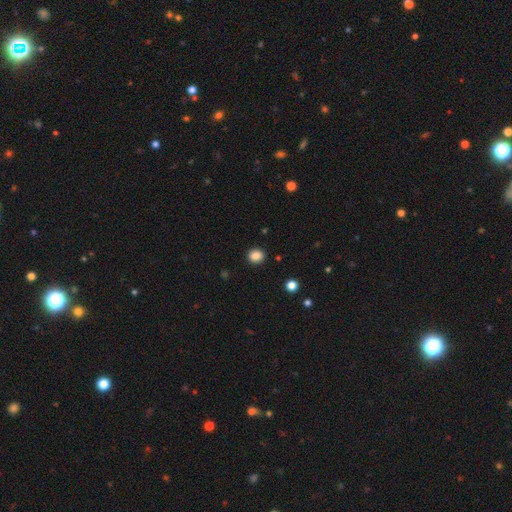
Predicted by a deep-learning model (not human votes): Morphology: type=smooth (86%); roundness=round (77%); merging=none (91%).